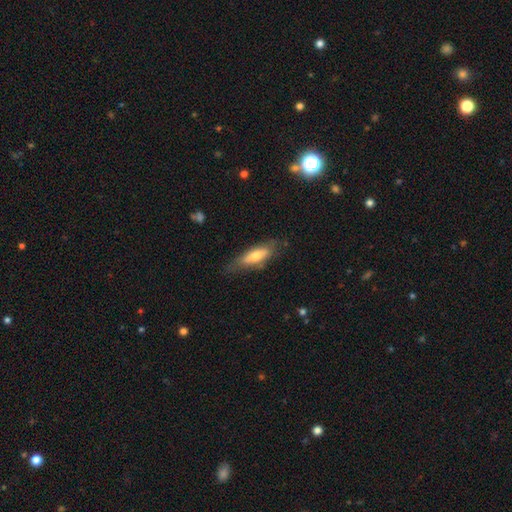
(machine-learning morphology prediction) type=smooth (58%); roundness=in between (53%); merging=none (66%).